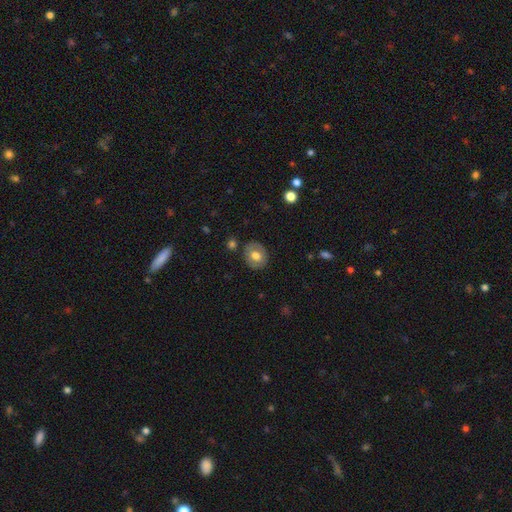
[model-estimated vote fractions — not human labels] This appears to be a smooth galaxy with no disk features (64%) that is round (58%). Merging: none (83%).